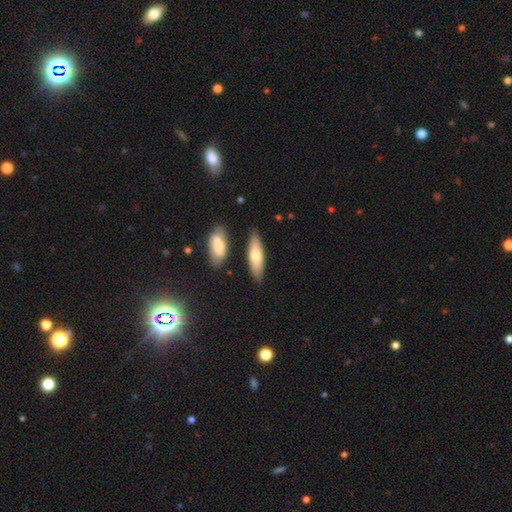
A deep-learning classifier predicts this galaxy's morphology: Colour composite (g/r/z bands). It shows a smooth galaxy with no disk features (71%) that is cigar-shaped (51%). Merging: none (81%).